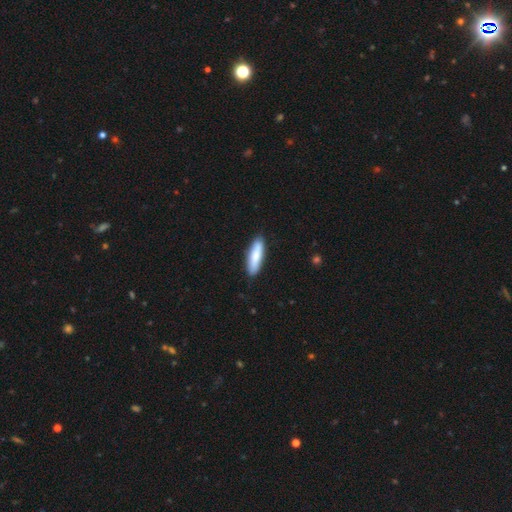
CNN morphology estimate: Q: Smooth or featured?
A: smooth (79%); runner-up: featured or disk (15%)
Q: How rounded?
A: cigar-shaped (61%); runner-up: in between (38%)
Q: Merging?
A: none (86%); runner-up: minor disturbance (11%)